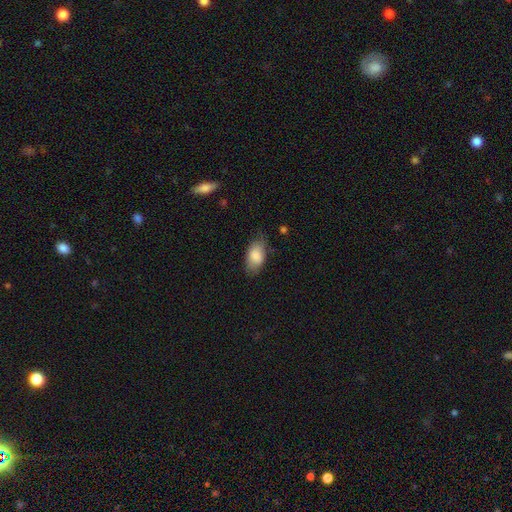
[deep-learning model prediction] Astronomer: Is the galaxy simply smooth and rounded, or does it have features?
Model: smooth — 84%.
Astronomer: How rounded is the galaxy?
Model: in between — 92%.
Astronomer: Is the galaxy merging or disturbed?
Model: none — 68%.